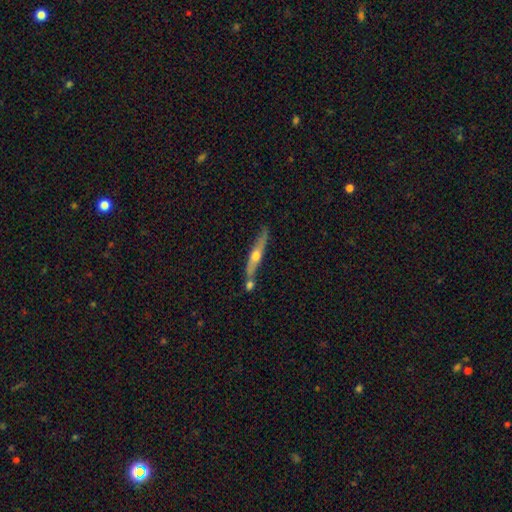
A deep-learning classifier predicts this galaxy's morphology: smooth-or-featured: featured or disk: 67% | smooth: 27% | star or artifact: 6%
  disk-edge-on: yes: 91% | no: 9%
    edge-on-bulge: rounded: 90% | none: 7% | boxy: 3%
  merging: none: 66% | merger: 16% | minor disturbance: 14% | major disturbance: 4%